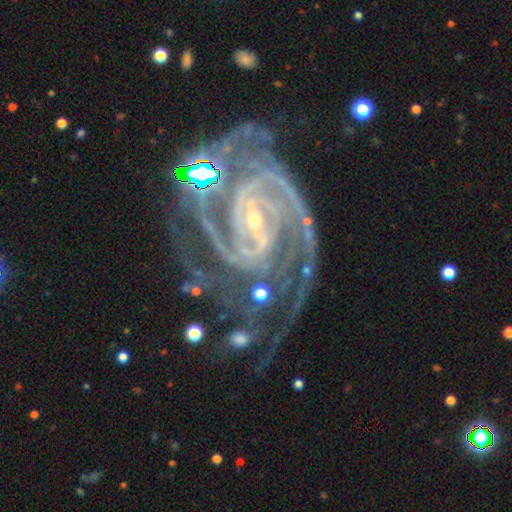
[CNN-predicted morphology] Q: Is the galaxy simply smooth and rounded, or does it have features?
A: featured or disk — 93%.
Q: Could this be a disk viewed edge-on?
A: no — 98%.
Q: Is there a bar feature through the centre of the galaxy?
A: weak — 37%.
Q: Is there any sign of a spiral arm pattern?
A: yes — 99%.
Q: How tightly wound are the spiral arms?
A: tight — 63%.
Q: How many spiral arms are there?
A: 2 — 35%.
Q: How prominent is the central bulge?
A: small — 83%.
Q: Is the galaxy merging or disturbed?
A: none — 51%.